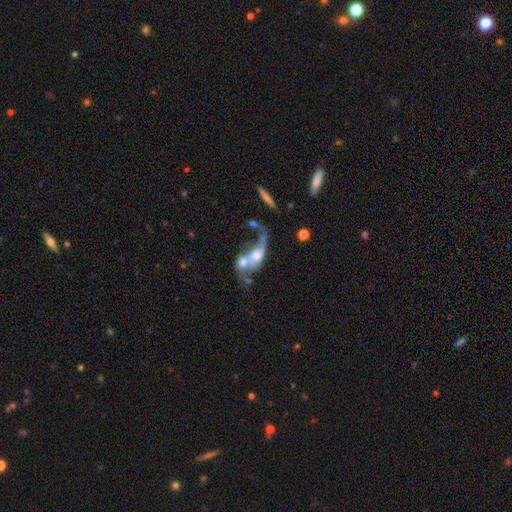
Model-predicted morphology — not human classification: A featured or disk galaxy (66%) with no bar (65%), spiral arms (62%) and a moderate central bulge (48%).

Vote fractions:
- Smooth or featured? featured or disk: 66% / smooth: 24% / star or artifact: 10%
- Edge-on disk? no: 91% / yes: 9%
- Bar? no: 65% / weak: 26% / strong: 8%
- Spiral arms? yes: 62% / no: 38%
- Bulge size? moderate: 48% / small: 23% / large: 15% / none: 11% / dominant: 3%
- Merging? merger: 63% / major disturbance: 17% / none: 13% / minor disturbance: 7%